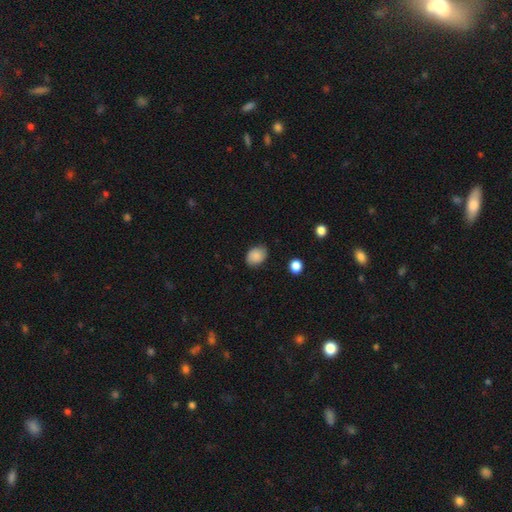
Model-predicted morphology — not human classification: type=smooth (86%); roundness=in between (64%); merging=none (80%).